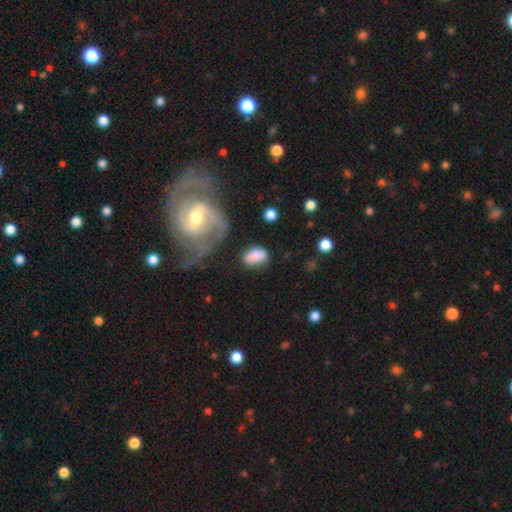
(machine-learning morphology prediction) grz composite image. It shows a smooth galaxy with no disk features (82%) that is in between round and cigar-shaped (89%). Merging: none (63%).